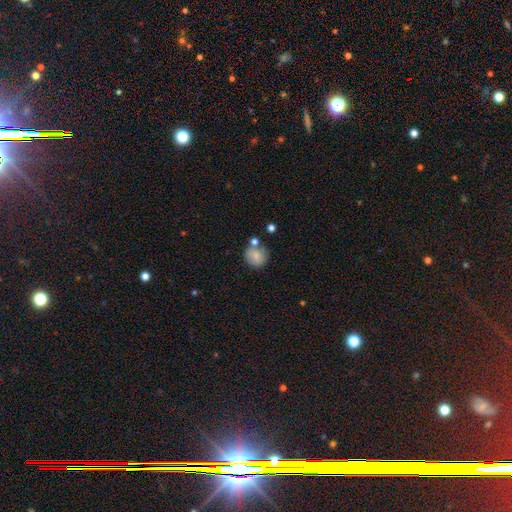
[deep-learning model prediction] Overall: smooth (79%). How rounded: round (87%). Merging: none (63%).